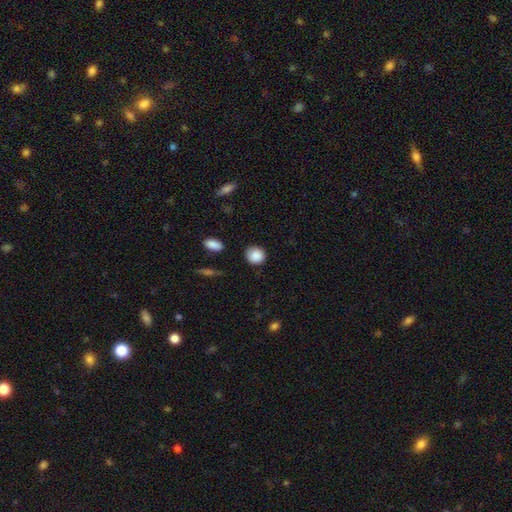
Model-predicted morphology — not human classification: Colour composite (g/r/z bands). It shows a smooth galaxy with no disk features (88%) that is round (85%). Merging: none (87%).